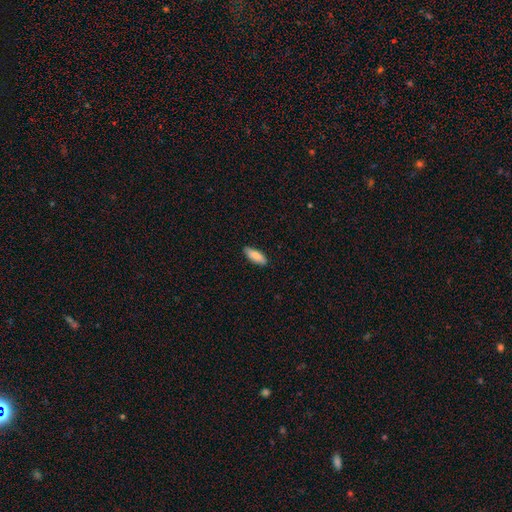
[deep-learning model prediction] Q: Smooth or featured?
A: smooth (86%); runner-up: featured or disk (9%)
Q: How rounded?
A: in between (72%); runner-up: cigar-shaped (26%)
Q: Merging?
A: none (88%); runner-up: minor disturbance (10%)